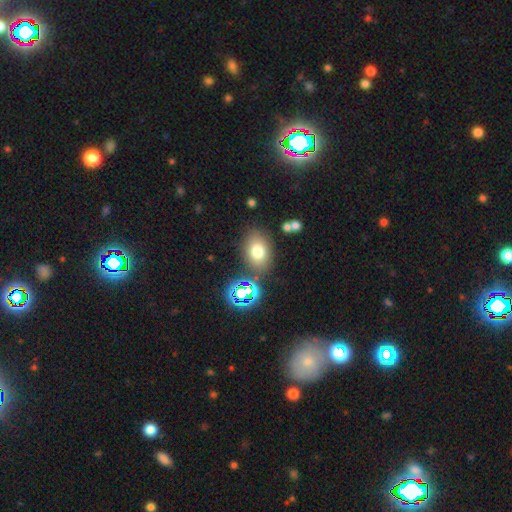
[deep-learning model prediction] smooth_or_featured: smooth (p=0.60) [alt: star or artifact p=0.27]
how_rounded: in between (p=0.69) [alt: round p=0.29]
merging: none (p=0.78) [alt: minor disturbance p=0.11]